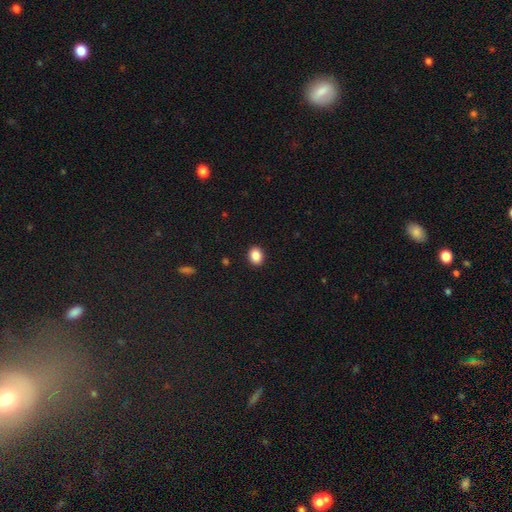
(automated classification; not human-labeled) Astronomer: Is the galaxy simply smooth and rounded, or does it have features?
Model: smooth — 88%.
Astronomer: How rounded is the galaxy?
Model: in between — 56% (runner-up: round, 43%).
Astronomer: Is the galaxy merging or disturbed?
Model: none — 91%.